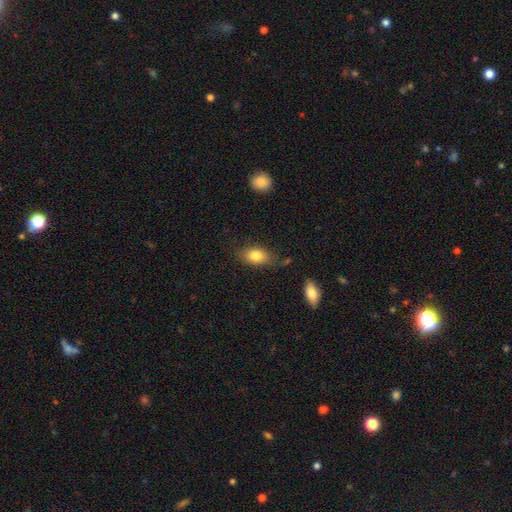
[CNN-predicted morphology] This appears to be a smooth galaxy with no disk features (82%) that is in between round and cigar-shaped (86%). Merging: none (72%).